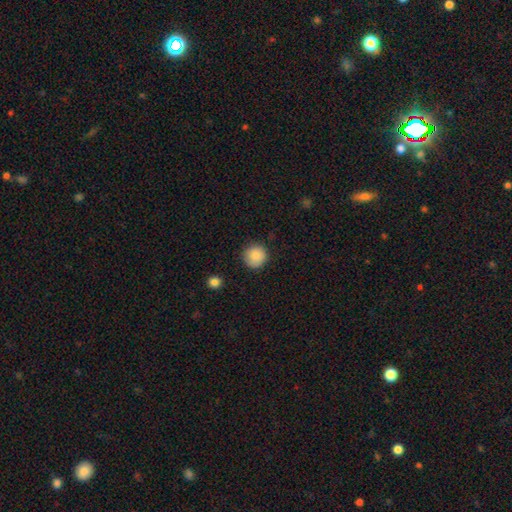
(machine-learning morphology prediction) Smooth or featured? Predicted: smooth (p=0.86). How rounded? Predicted: round (p=0.94). Merging? Predicted: none (p=0.88).